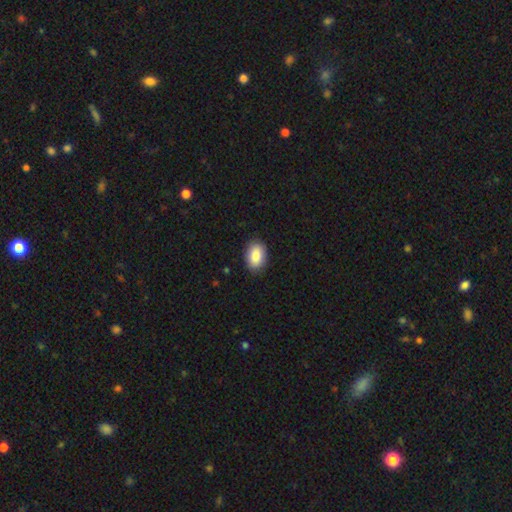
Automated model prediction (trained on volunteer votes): Morphology: type=smooth (86%); roundness=in between (86%); merging=none (87%).